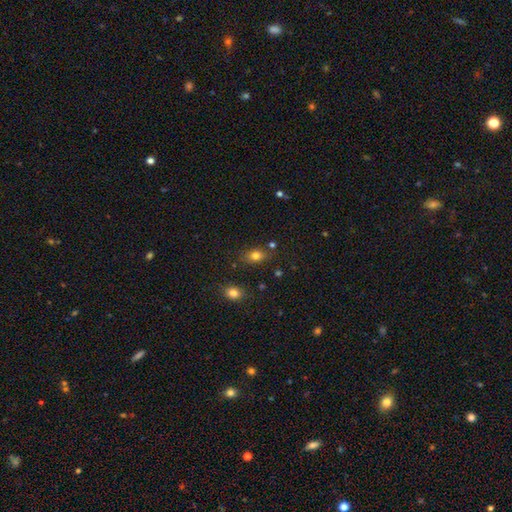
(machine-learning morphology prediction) Smooth or featured? smooth (80%)
How rounded? in between (76%)
Merging? none (78%)